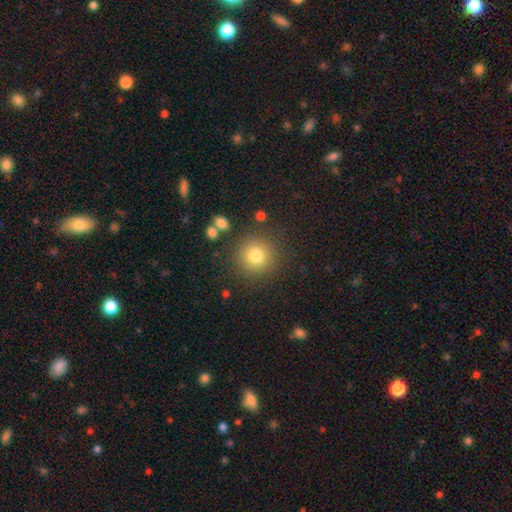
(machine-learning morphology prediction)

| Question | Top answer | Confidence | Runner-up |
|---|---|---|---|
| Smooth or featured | smooth | 78% | star or artifact (13%) |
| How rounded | round | 93% | in between (6%) |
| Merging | none | 86% | minor disturbance (8%) |